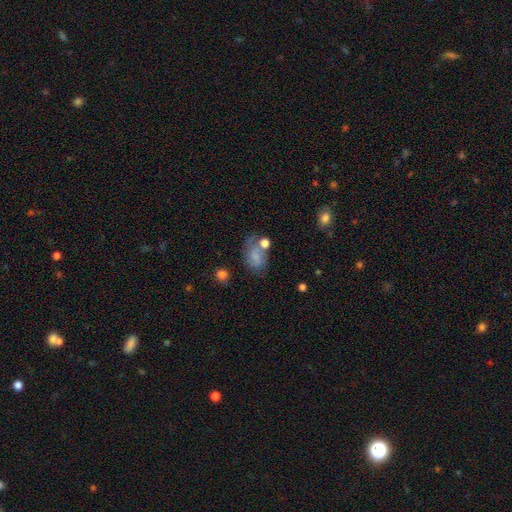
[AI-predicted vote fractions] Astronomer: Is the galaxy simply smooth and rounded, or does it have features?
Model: smooth — 62%.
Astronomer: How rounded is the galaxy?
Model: in between — 75%.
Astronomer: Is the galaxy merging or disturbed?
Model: none — 37% (runner-up: minor disturbance, 25%).